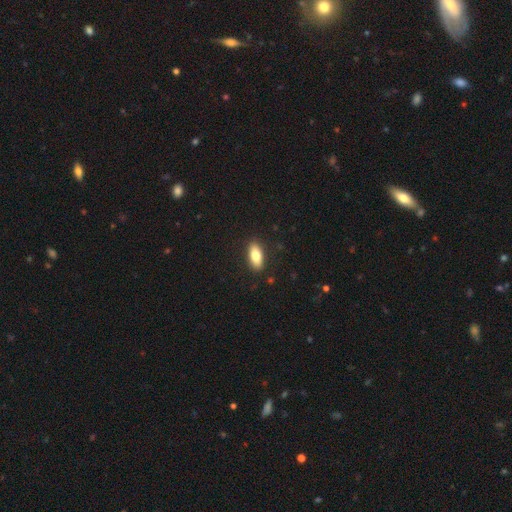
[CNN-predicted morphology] Overall: smooth (79%). How rounded: in between (82%). Merging: none (89%).